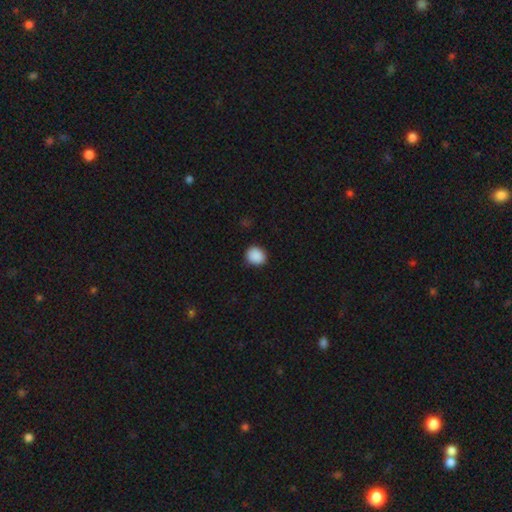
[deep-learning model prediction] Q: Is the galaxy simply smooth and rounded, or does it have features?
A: smooth — 90%.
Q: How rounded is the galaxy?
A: round — 65%.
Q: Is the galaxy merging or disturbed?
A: none — 89%.